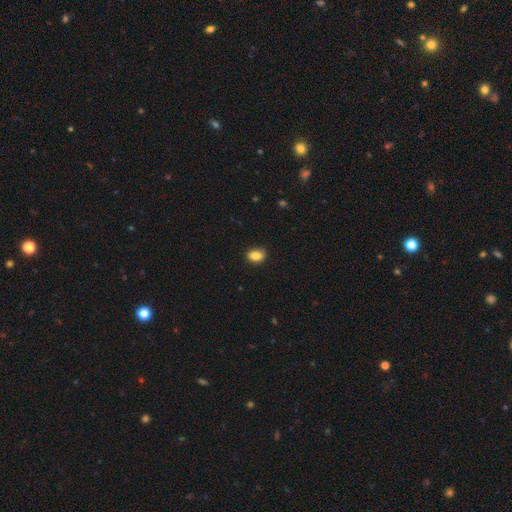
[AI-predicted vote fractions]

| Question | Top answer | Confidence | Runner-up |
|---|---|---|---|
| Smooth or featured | smooth | 85% | star or artifact (9%) |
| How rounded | in between | 71% | round (28%) |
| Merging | none | 73% | minor disturbance (22%) |